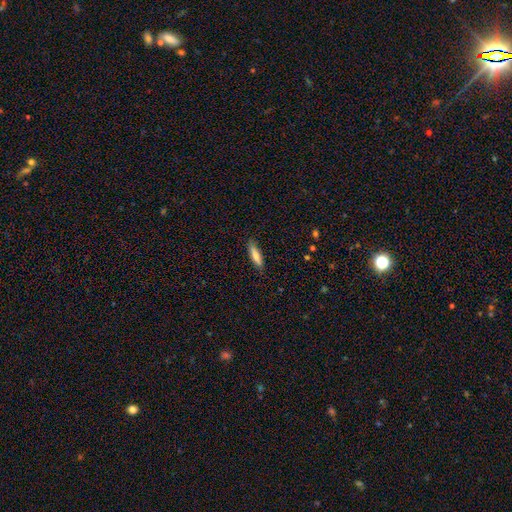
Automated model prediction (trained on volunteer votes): This appears to be a smooth galaxy with no disk features (72%) that is cigar-shaped (71%). Merging: none (85%).